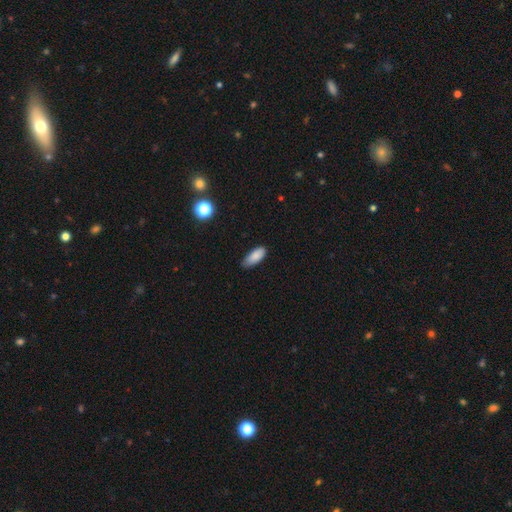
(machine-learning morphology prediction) This appears to be a smooth galaxy with no disk features (86%) that is in between round and cigar-shaped (84%). Merging: none (69%).